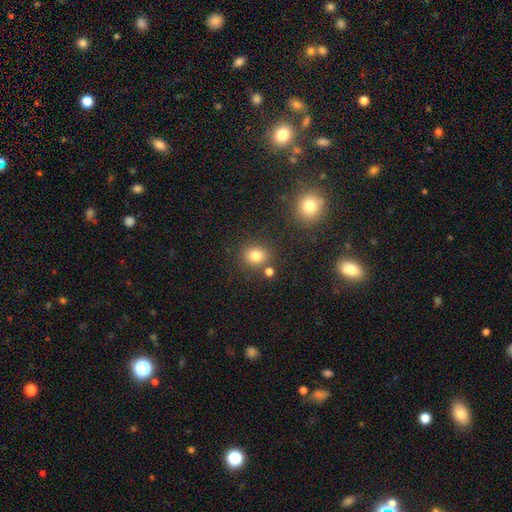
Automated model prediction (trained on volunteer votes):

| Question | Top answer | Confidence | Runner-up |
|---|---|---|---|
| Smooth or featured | smooth | 80% | star or artifact (14%) |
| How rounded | round | 73% | in between (26%) |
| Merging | none | 79% | minor disturbance (10%) |